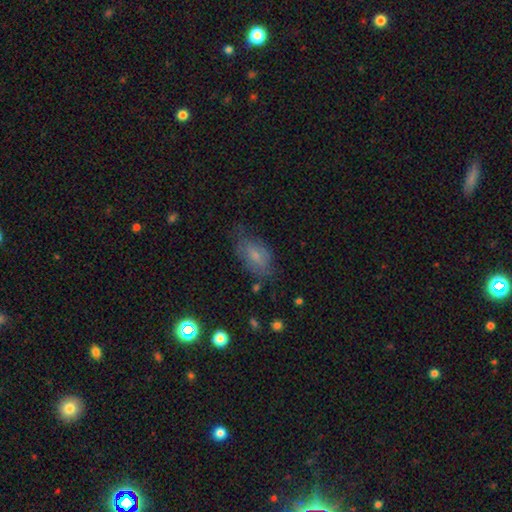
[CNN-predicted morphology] smooth 62%, featured or disk 28%, star or artifact 11%. Down the decision tree: how rounded — in between (89%); merging — none (57%).